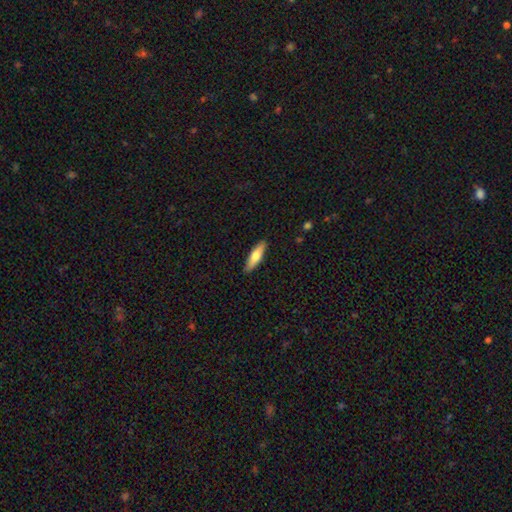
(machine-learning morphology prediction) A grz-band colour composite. It shows a smooth galaxy with no disk features (64%) that is cigar-shaped (65%). Merging: none (89%).